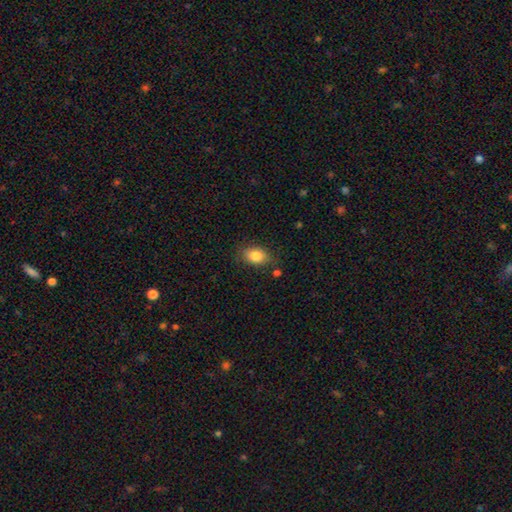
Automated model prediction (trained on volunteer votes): smooth 83%, star or artifact 9%, featured or disk 8%. Down the decision tree: how rounded — in between (80%); merging — none (80%).